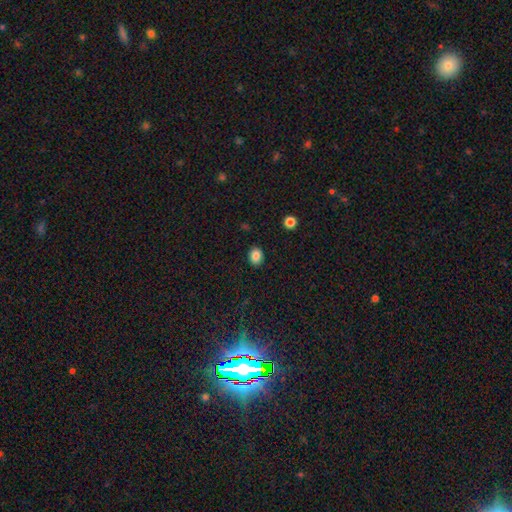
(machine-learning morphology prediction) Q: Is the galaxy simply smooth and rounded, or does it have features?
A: smooth — 85%.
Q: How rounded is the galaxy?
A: round — 51%.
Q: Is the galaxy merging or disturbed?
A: none — 89%.